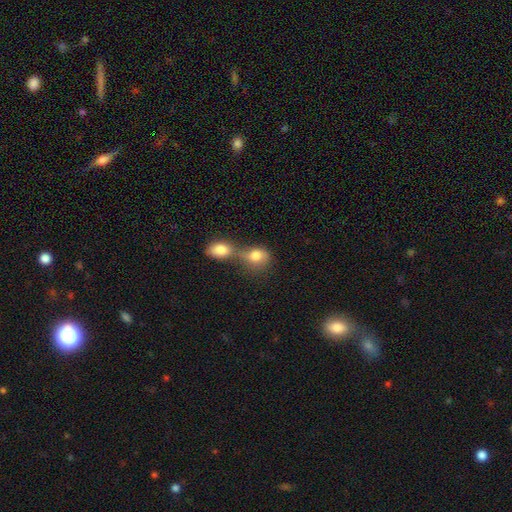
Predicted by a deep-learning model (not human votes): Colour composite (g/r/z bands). It shows a smooth galaxy with no disk features (80%) that is in between round and cigar-shaped (50%). Merging: merger (64%).